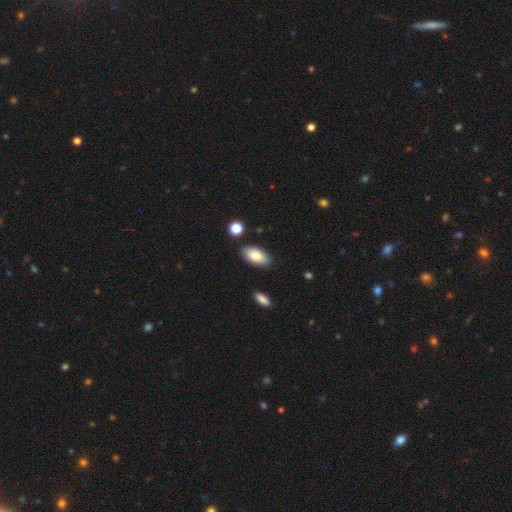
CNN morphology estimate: The model was most divided on "smooth or featured": smooth: 79%, featured or disk: 14%, star or artifact: 7%. More confident: how rounded — in between (93%); merging — none (84%).